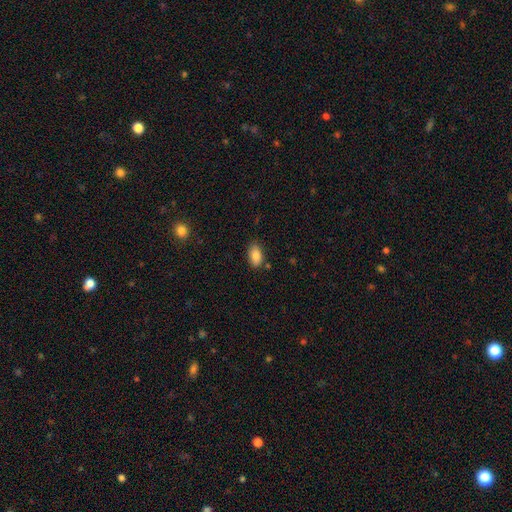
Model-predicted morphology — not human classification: A smooth galaxy with no disk features (85%) that is in between round and cigar-shaped (91%).

Vote fractions:
- Smooth or featured? smooth: 85% / star or artifact: 8% / featured or disk: 7%
- How rounded? in between: 91% / round: 5% / cigar-shaped: 4%
- Merging? none: 81% / minor disturbance: 14% / major disturbance: 3% / merger: 3%